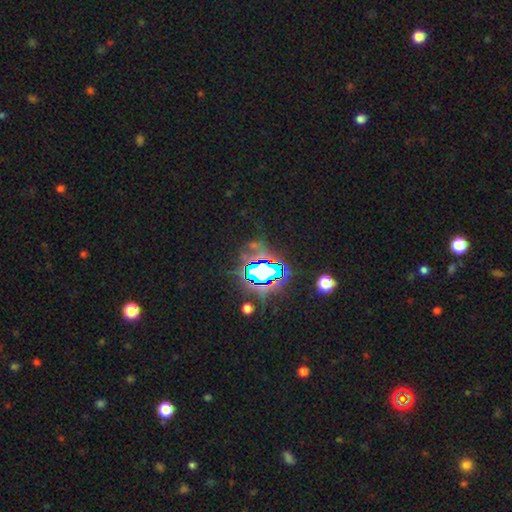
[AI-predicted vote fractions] A star or artifact, not a galaxy (83%).